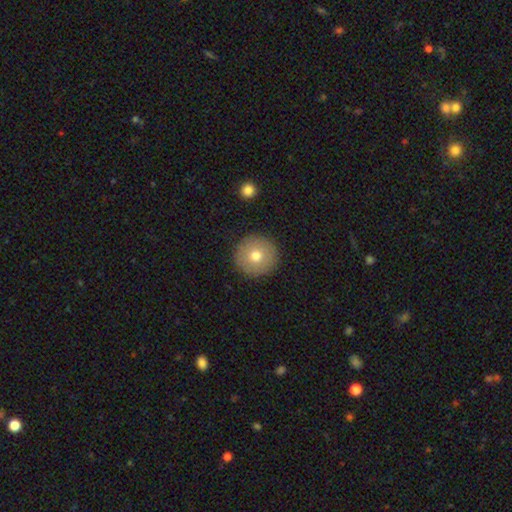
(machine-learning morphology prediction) smooth_or_featured: smooth (p=0.72) [alt: featured or disk p=0.19]
how_rounded: round (p=0.96) [alt: in between p=0.03]
merging: none (p=0.92) [alt: minor disturbance p=0.05]